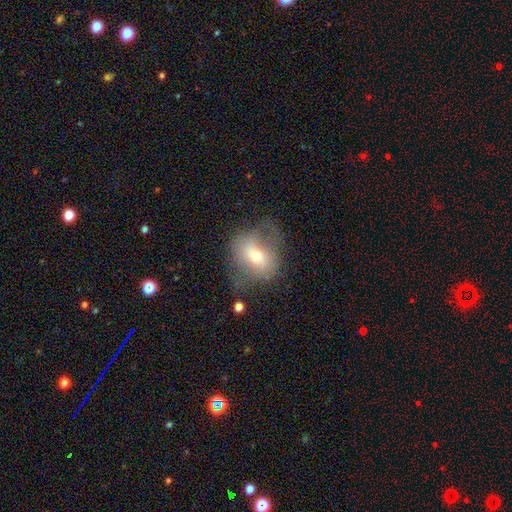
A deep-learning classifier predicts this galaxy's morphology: Smooth or featured?
  - smooth: 51% *
  - featured or disk: 39%
  - star or artifact: 10%
How rounded?
  - in between: 52% *
  - round: 46%
  - cigar-shaped: 2%
Merging?
  - none: 46% *
  - minor disturbance: 28%
  - major disturbance: 23%
  - merger: 3%